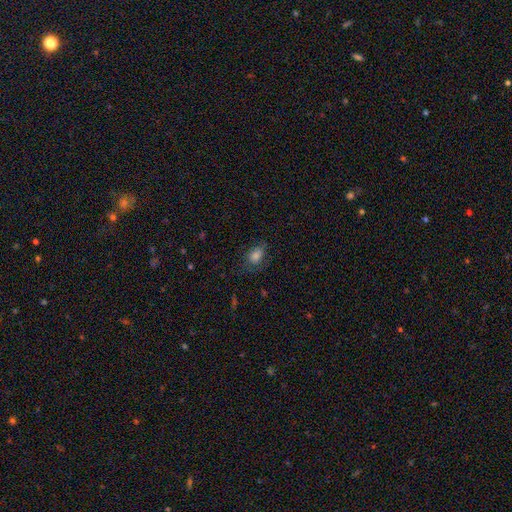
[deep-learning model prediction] Q: Smooth or featured?
A: smooth (72%); runner-up: star or artifact (15%)
Q: How rounded?
A: in between (71%); runner-up: round (28%)
Q: Merging?
A: none (64%); runner-up: minor disturbance (22%)